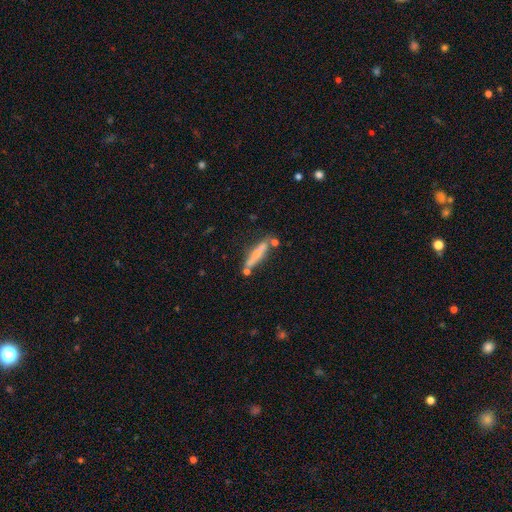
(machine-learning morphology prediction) Smooth or featured? Predicted: smooth (p=0.57). How rounded? Predicted: cigar-shaped (p=0.85). Merging? Predicted: none (p=0.64).